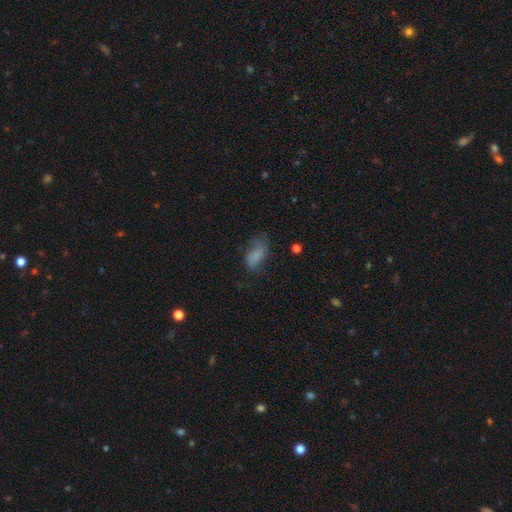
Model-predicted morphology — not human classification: This is likely a smooth galaxy (76%). How rounded: clearly in between (88%). Merging: possibly none (49%).